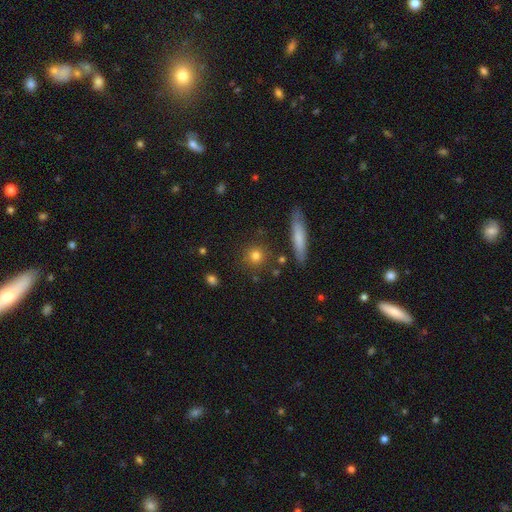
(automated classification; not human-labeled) Overall: smooth (77%). How rounded: round (85%). Merging: none (85%).